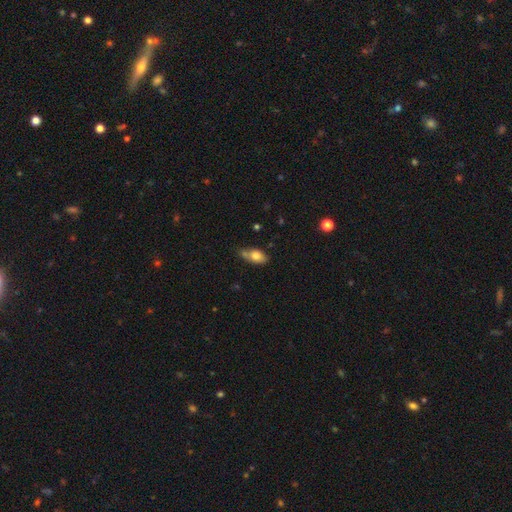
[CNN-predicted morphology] A smooth galaxy with no disk features (76%) that is in between round and cigar-shaped (84%). Merging: none (49%).